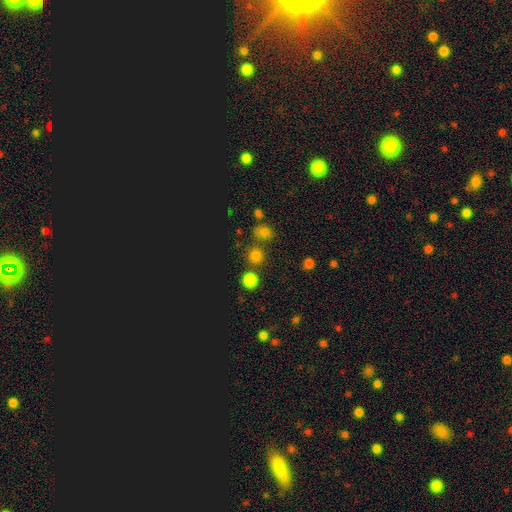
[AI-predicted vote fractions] Smooth or featured? smooth (72%)
How rounded? round (90%)
Merging? none (77%)